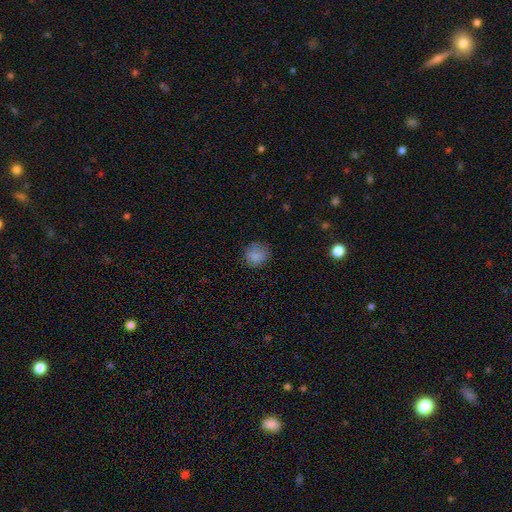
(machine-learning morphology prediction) This is clearly a smooth galaxy (83%). How rounded: clearly round (88%). Merging: clearly none (81%).